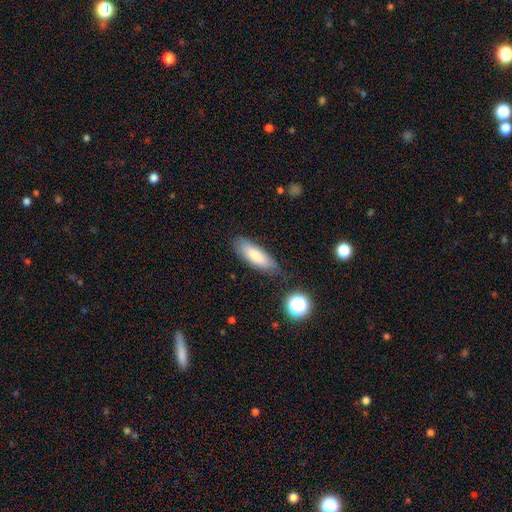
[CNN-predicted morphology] This is clearly a smooth galaxy (80%). How rounded: likely in between (63%). Merging: likely none (77%).